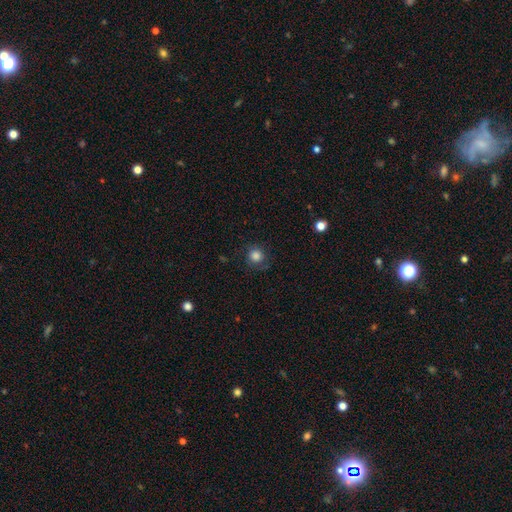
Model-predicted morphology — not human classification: smooth 82%, star or artifact 11%, featured or disk 8%. Down the decision tree: how rounded — round (91%); merging — none (78%).